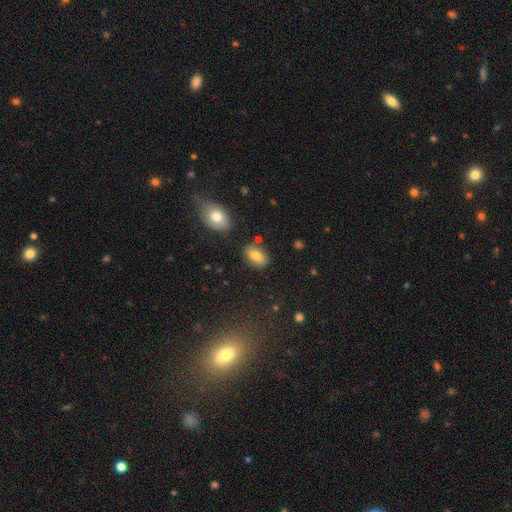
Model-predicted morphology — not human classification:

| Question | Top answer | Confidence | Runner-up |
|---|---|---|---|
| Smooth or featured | smooth | 77% | featured or disk (13%) |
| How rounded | in between | 89% | round (9%) |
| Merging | none | 80% | minor disturbance (12%) |